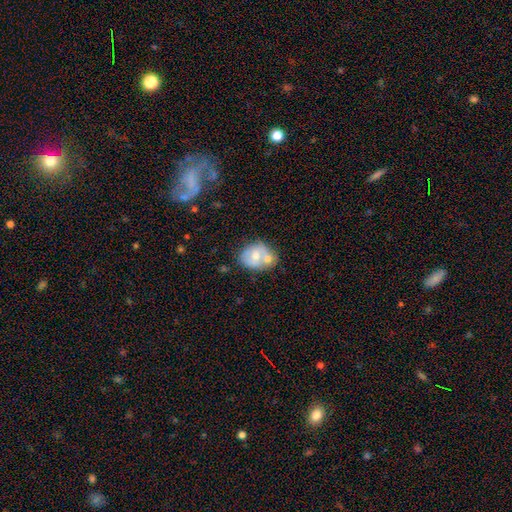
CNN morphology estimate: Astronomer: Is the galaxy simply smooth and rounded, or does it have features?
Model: smooth — 57% (runner-up: featured or disk, 36%).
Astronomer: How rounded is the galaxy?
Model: round — 51% (runner-up: in between, 48%).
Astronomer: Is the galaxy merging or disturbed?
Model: merger — 49% (runner-up: none, 31%).